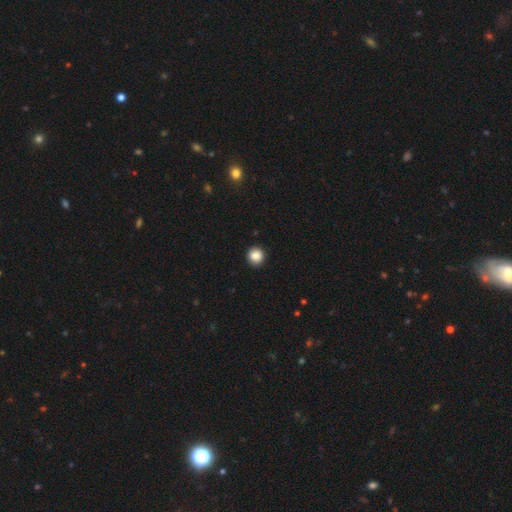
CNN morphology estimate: smooth-or-featured: smooth: 87% | star or artifact: 9% | featured or disk: 4%
  how-rounded: round: 90% | in between: 10% | cigar-shaped: 1%
  merging: none: 91% | minor disturbance: 6% | major disturbance: 2% | merger: 1%